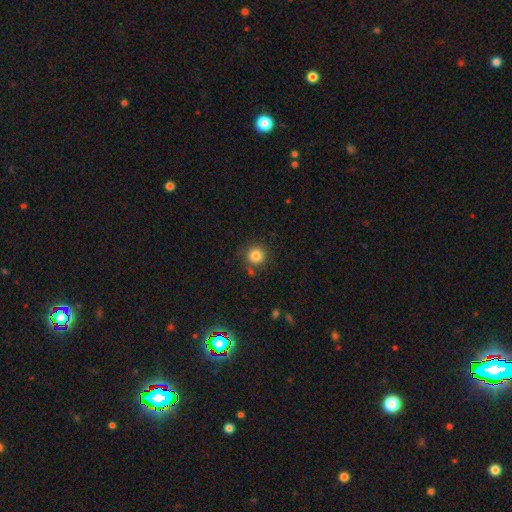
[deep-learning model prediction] smooth 83%, star or artifact 11%, featured or disk 6%. Down the decision tree: how rounded — round (94%); merging — none (82%).